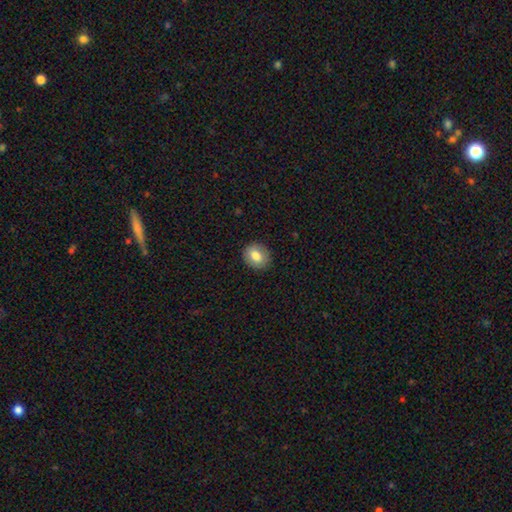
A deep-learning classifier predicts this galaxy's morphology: smooth 80%, featured or disk 12%, star or artifact 8%. Down the decision tree: how rounded — round (63%); merging — none (89%).